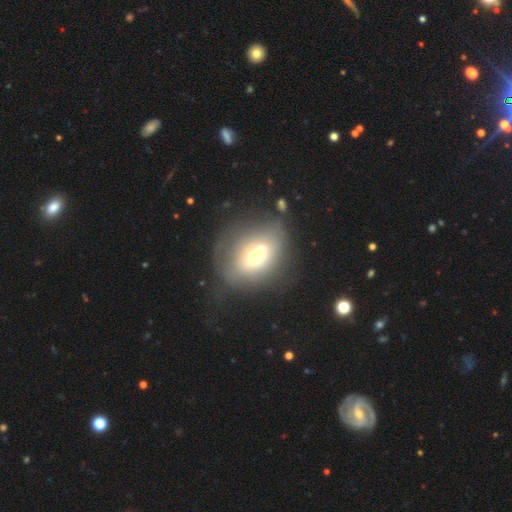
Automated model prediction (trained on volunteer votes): A smooth galaxy with no disk features (51%) that is in between round and cigar-shaped (58%).

Vote fractions:
- Smooth or featured? smooth: 51% / featured or disk: 36% / star or artifact: 13%
- How rounded? in between: 58% / round: 40% / cigar-shaped: 3%
- Merging? none: 56% / minor disturbance: 21% / major disturbance: 18% / merger: 5%